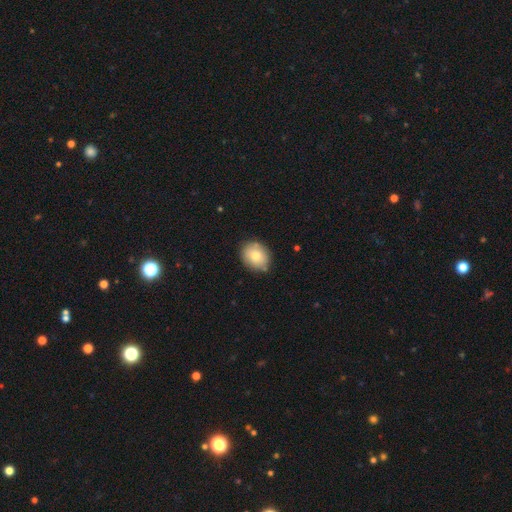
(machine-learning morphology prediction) The model was most divided on "how rounded": round: 61%, in between: 38%, cigar-shaped: 1%. More confident: merging — none (83%); smooth or featured — smooth (77%).